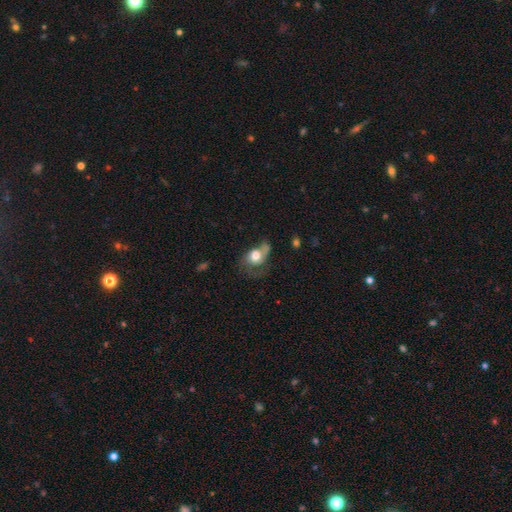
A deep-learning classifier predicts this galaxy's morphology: smooth-or-featured: smooth: 59% | featured or disk: 32% | star or artifact: 9%
  how-rounded: in between: 62% | round: 36% | cigar-shaped: 2%
  merging: major disturbance: 42% | none: 26% | minor disturbance: 24% | merger: 8%